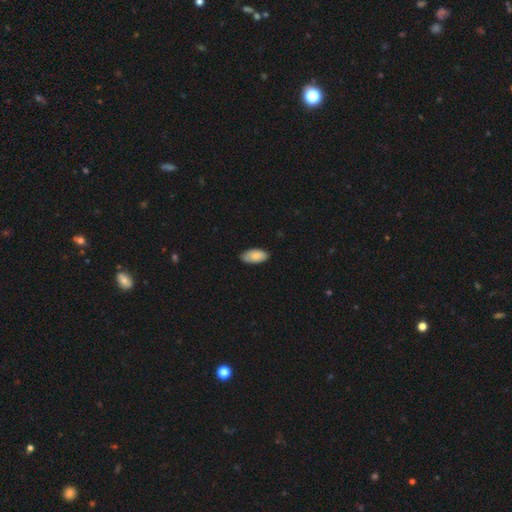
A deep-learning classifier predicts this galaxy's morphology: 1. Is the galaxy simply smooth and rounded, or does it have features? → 85% smooth, 9% featured or disk, 6% star or artifact.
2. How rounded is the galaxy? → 94% in between, 4% cigar-shaped, 2% round.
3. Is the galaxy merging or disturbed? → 80% none, 17% minor disturbance, 2% major disturbance, 1% merger.